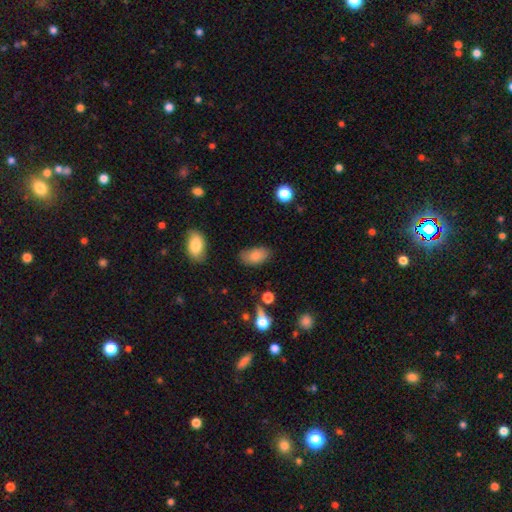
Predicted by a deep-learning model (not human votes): This appears to be a smooth galaxy with no disk features (80%) that is in between round and cigar-shaped (93%). Merging: none (71%).